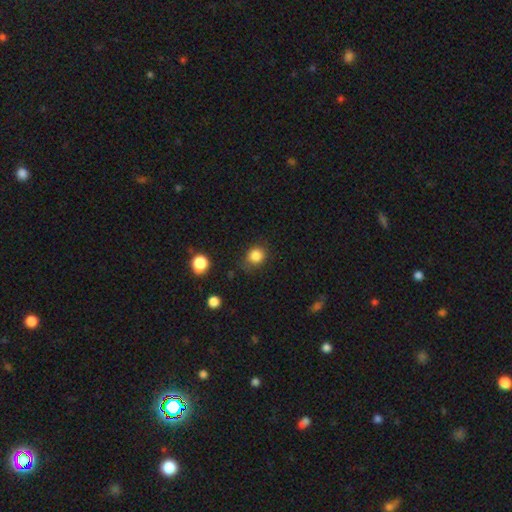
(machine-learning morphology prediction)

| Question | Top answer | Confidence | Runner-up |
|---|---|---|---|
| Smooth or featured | smooth | 84% | star or artifact (11%) |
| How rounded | round | 81% | in between (18%) |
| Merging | none | 72% | minor disturbance (20%) |